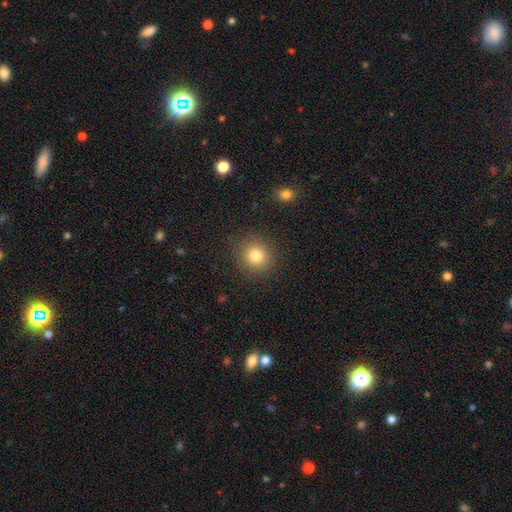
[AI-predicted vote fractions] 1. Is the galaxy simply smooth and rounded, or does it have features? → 81% smooth, 12% star or artifact, 7% featured or disk.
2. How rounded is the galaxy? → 89% round, 10% in between, 1% cigar-shaped.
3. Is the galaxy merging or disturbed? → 88% none, 8% minor disturbance, 3% major disturbance, 1% merger.